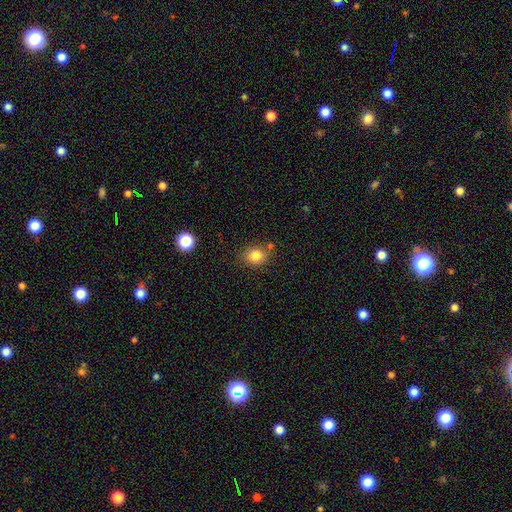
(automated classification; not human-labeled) Overall: smooth (83%). How rounded: round (64%; in between 35%). Merging: none (77%).